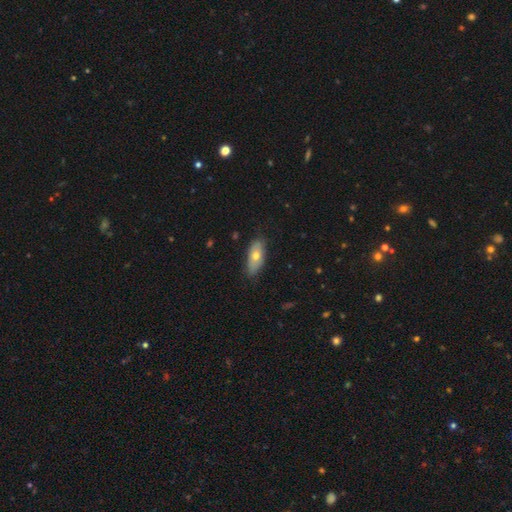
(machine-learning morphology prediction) type=smooth (65%); roundness=in between (81%); merging=none (80%).